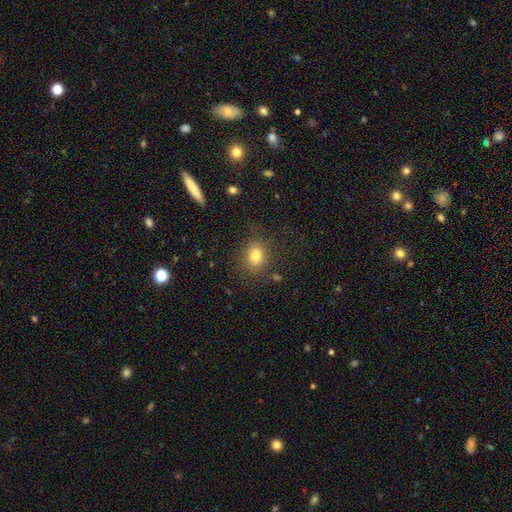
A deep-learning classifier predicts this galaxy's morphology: The model was most divided on "how rounded": round: 54%, in between: 45%, cigar-shaped: 1%. More confident: merging — none (80%); smooth or featured — smooth (79%).